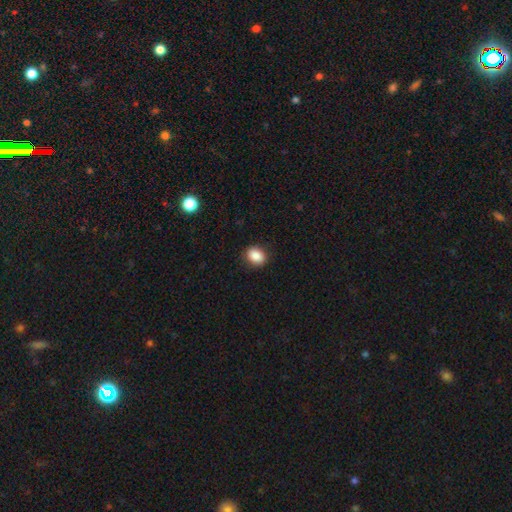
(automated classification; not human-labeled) smooth-or-featured: smooth: 88% | star or artifact: 8% | featured or disk: 4%
  how-rounded: in between: 57% | round: 42% | cigar-shaped: 1%
  merging: none: 88% | minor disturbance: 9% | major disturbance: 2% | merger: 1%